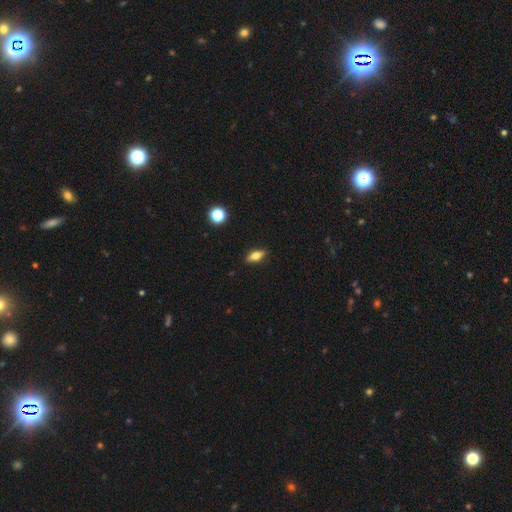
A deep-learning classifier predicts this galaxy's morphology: Smooth or featured?
  - smooth: 70% *
  - featured or disk: 20%
  - star or artifact: 9%
How rounded?
  - in between: 77% *
  - cigar-shaped: 18%
  - round: 6%
Merging?
  - none: 88% *
  - minor disturbance: 9%
  - major disturbance: 2%
  - merger: 1%